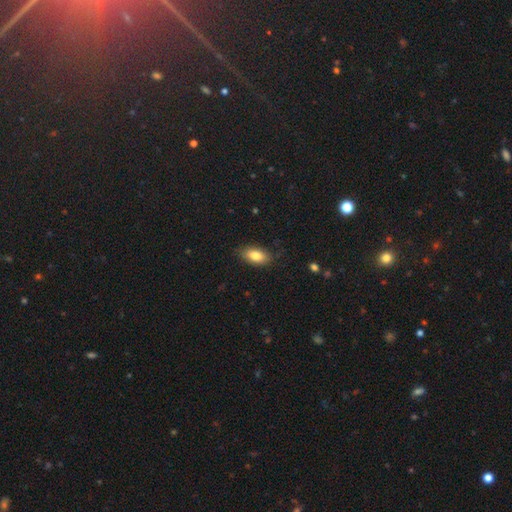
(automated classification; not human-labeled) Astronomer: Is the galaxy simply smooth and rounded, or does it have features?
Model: smooth — 82%.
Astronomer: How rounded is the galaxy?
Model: in between — 91%.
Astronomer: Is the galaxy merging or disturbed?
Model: none — 82%.